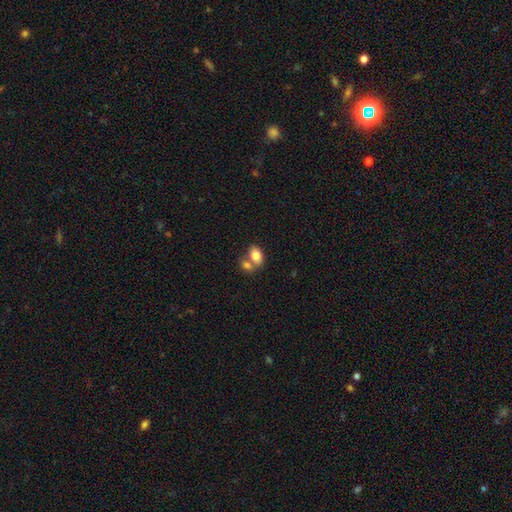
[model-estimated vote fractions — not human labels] A smooth galaxy with no disk features (81%) that is in between round and cigar-shaped (83%). Merging: merger (51%).